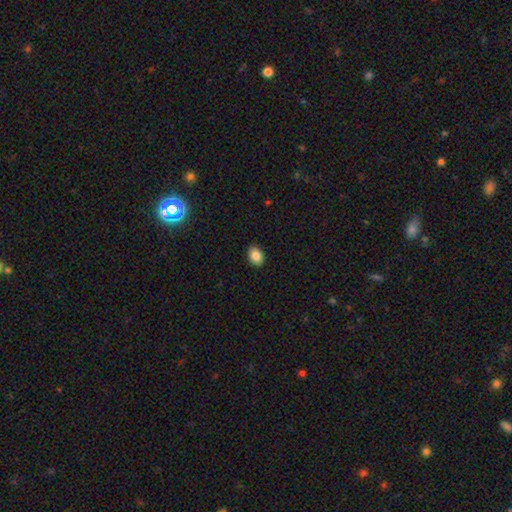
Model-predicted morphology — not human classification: type=smooth (86%); roundness=in between (70%); merging=none (90%).